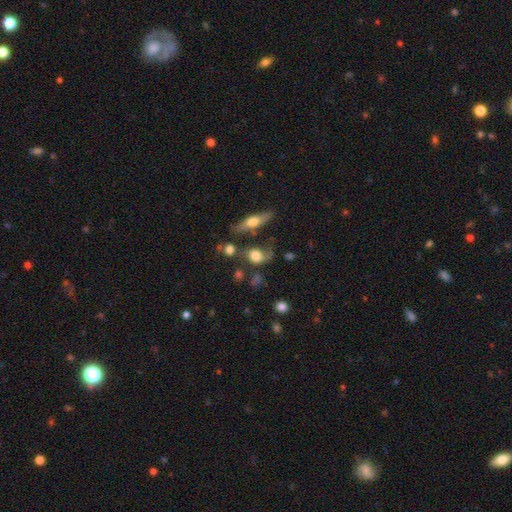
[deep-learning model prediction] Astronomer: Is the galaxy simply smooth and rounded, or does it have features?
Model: smooth — 61%.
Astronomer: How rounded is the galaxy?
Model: in between — 54% (runner-up: round, 41%).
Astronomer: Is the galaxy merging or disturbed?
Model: none — 40% (runner-up: major disturbance, 23%).